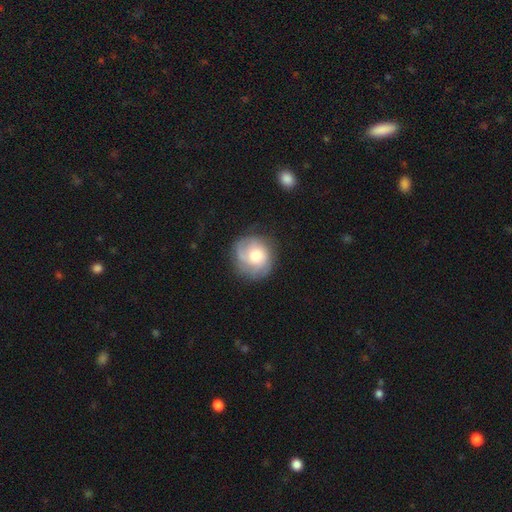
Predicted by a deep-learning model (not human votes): This is possibly a featured or disk galaxy (48%). Merging: likely none (70%).